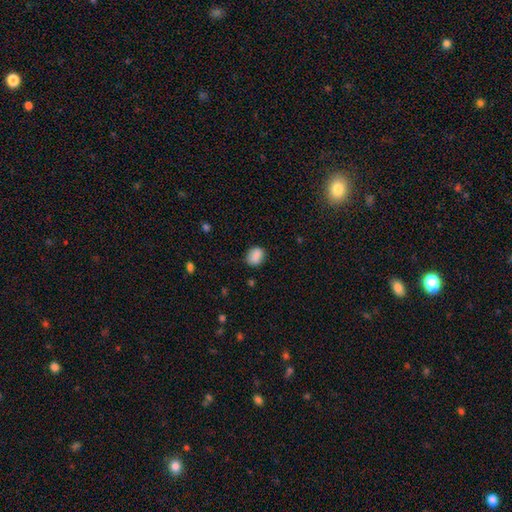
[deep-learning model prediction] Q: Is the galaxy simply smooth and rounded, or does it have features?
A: smooth — 86%.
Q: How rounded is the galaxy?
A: in between — 59%.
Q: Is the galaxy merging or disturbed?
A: none — 80%.